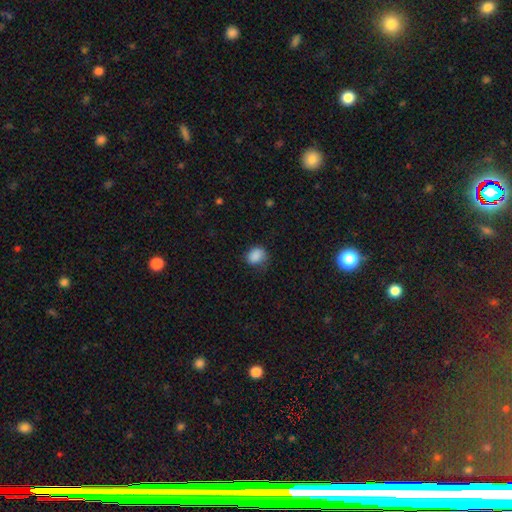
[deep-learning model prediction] smooth 87%, star or artifact 9%, featured or disk 4%. Down the decision tree: how rounded — in between (51%); merging — none (68%).